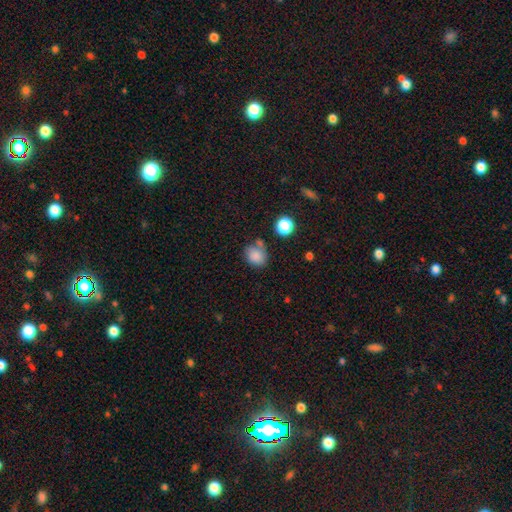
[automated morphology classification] type=smooth (82%); roundness=round (63%); merging=none (59%).